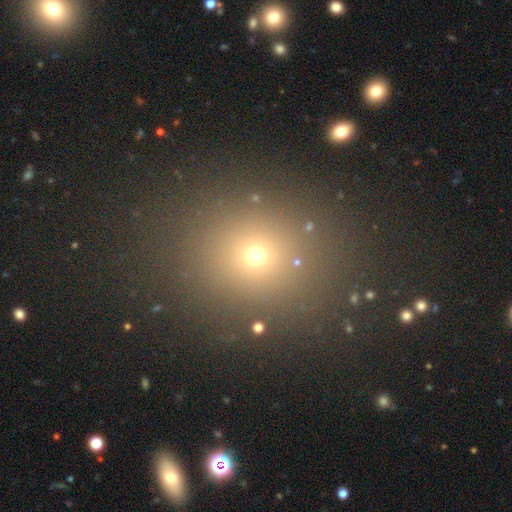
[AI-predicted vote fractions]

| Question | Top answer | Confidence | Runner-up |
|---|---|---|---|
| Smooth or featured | smooth | 63% | star or artifact (28%) |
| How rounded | round | 76% | in between (23%) |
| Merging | none | 86% | minor disturbance (7%) |